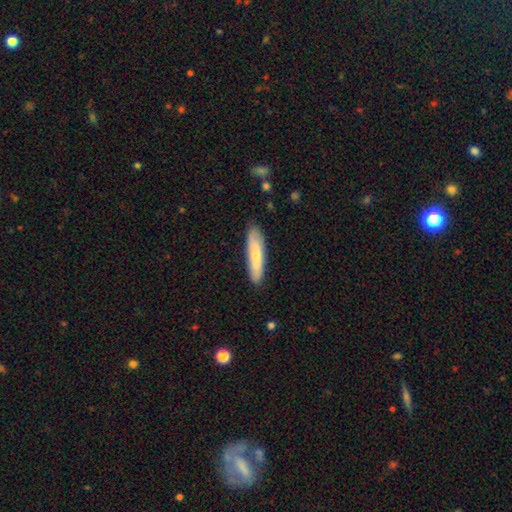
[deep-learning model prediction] A smooth galaxy with no disk features (58%) that is cigar-shaped (78%). Merging: none (85%).